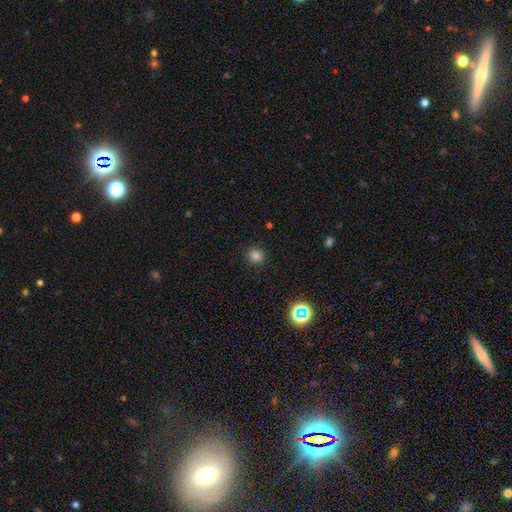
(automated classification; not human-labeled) This is clearly a smooth galaxy (81%). How rounded: clearly round (87%). Merging: clearly none (90%).